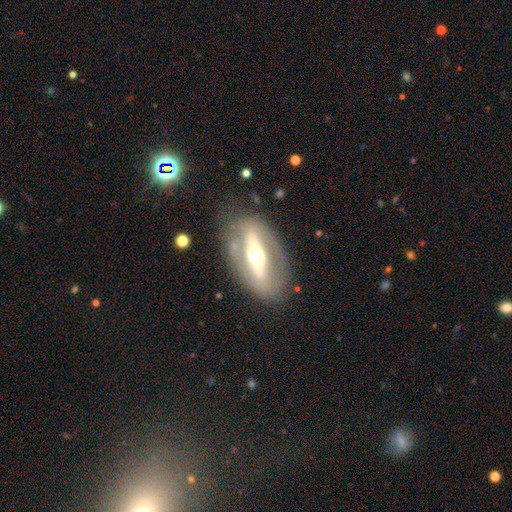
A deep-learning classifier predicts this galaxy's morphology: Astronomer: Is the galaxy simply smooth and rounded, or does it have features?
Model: featured or disk — 74%.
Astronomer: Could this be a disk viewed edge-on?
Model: no — 70%.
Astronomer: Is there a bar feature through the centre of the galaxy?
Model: strong — 71%.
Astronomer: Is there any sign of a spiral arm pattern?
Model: no — 78%.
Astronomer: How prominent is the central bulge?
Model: moderate — 65%.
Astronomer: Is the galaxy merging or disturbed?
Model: none — 74%.